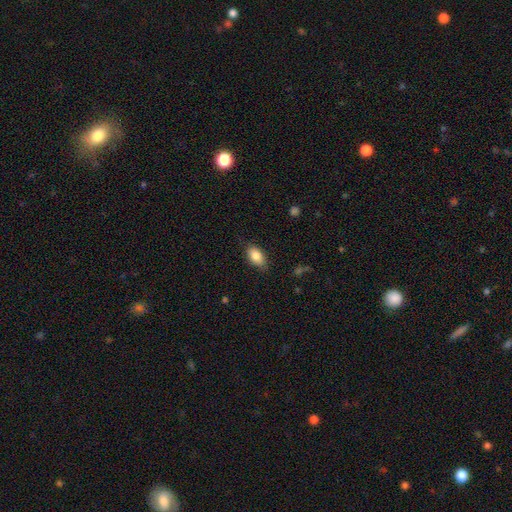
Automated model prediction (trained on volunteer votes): Smooth or featured: smooth — 84% (featured or disk — 9%)
How rounded: in between — 91% (round — 6%)
Merging: none — 79% (minor disturbance — 16%)